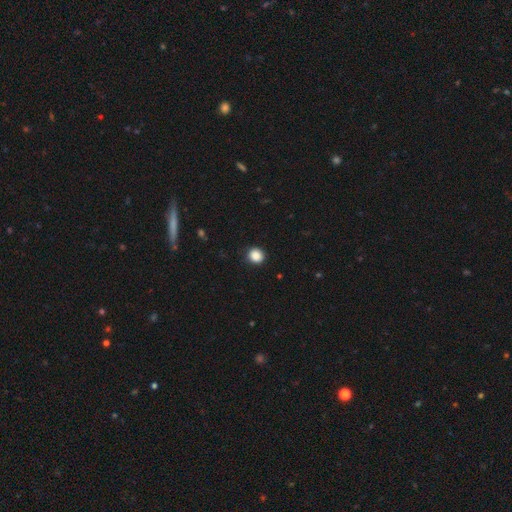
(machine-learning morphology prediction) Smooth or featured? Predicted: smooth (p=0.88). How rounded? Predicted: round (p=0.80). Merging? Predicted: none (p=0.88).